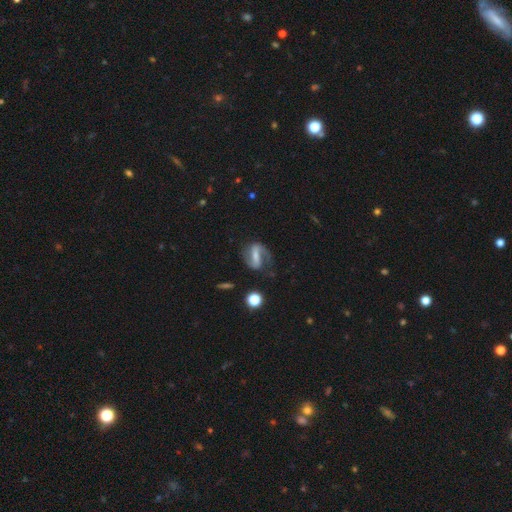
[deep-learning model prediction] Smooth or featured? Predicted: featured or disk (p=0.79). Edge-on disk? Predicted: no (p=0.95). Bar? Predicted: strong (p=0.61). Spiral arms? Predicted: yes (p=0.92). Spiral winding? Predicted: medium (p=0.46). Spiral arm count? Predicted: 2 (p=0.86). Bulge size? Predicted: small (p=0.36). Merging? Predicted: none (p=0.66).